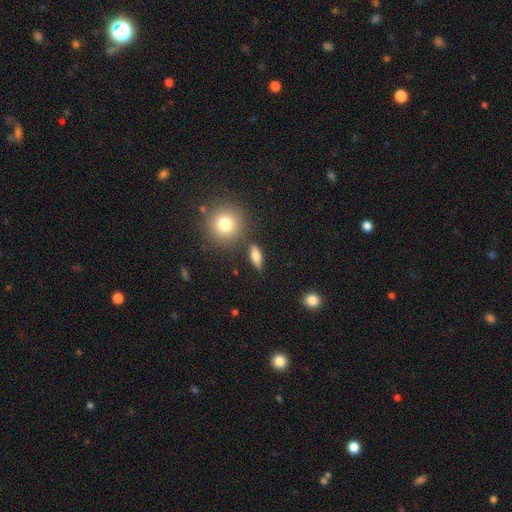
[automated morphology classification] Overall: smooth (75%). How rounded: in between (62%; cigar-shaped 28%). Merging: none (79%).